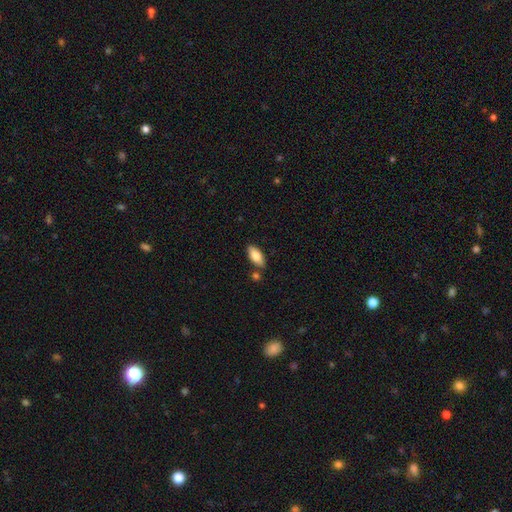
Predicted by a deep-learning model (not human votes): Smooth or featured?
  - smooth: 80% *
  - featured or disk: 13%
  - star or artifact: 6%
How rounded?
  - in between: 86% *
  - cigar-shaped: 11%
  - round: 2%
Merging?
  - none: 81% *
  - minor disturbance: 11%
  - merger: 6%
  - major disturbance: 2%